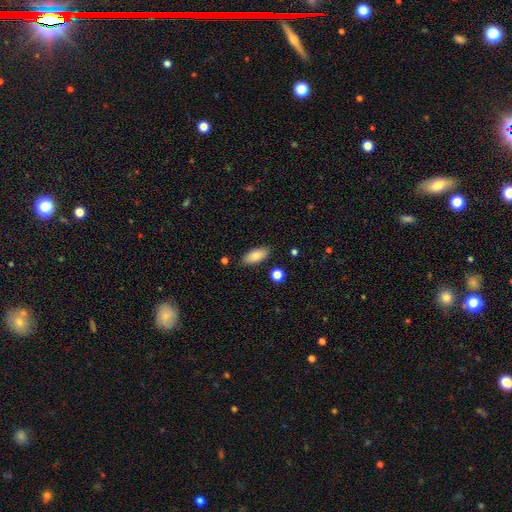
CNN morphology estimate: smooth_or_featured: smooth (p=0.85) [alt: featured or disk p=0.08]
how_rounded: in between (p=0.86) [alt: cigar-shaped p=0.11]
merging: none (p=0.84) [alt: minor disturbance p=0.11]